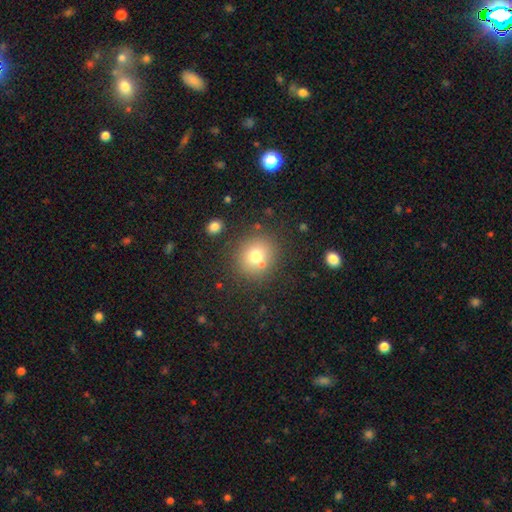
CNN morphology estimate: smooth_or_featured: smooth (p=0.72) [alt: featured or disk p=0.14]
how_rounded: round (p=0.82) [alt: in between p=0.17]
merging: none (p=0.71) [alt: merger p=0.14]